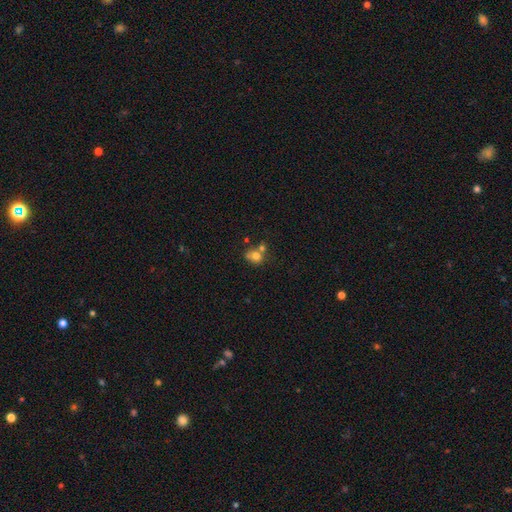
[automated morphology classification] Q: Smooth or featured?
A: smooth (74%); runner-up: featured or disk (15%)
Q: How rounded?
A: round (68%); runner-up: in between (31%)
Q: Merging?
A: merger (41%); runner-up: none (40%)